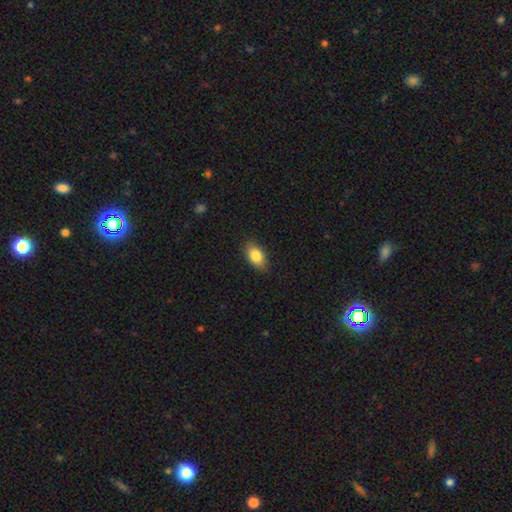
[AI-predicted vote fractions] Q: Smooth or featured?
A: smooth (83%); runner-up: featured or disk (9%)
Q: How rounded?
A: in between (87%); runner-up: round (10%)
Q: Merging?
A: none (84%); runner-up: minor disturbance (12%)